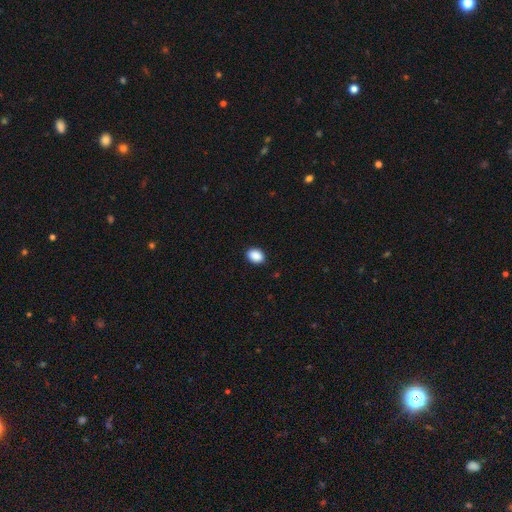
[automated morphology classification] Smooth or featured: smooth — 90% (star or artifact — 8%)
How rounded: in between — 73% (round — 26%)
Merging: none — 89% (minor disturbance — 8%)